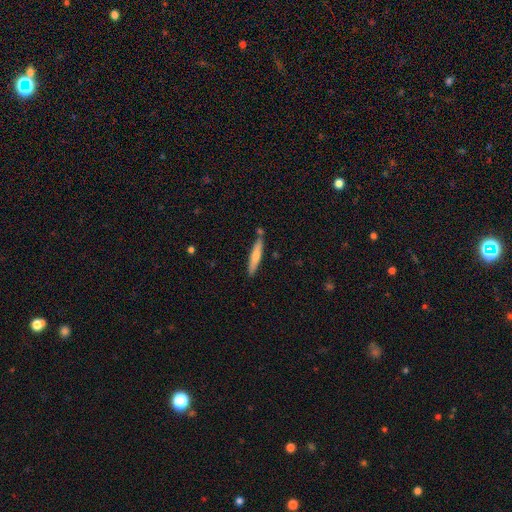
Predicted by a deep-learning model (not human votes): Overall: smooth (67%; featured or disk 27%). How rounded: cigar-shaped (91%). Merging: none (78%).